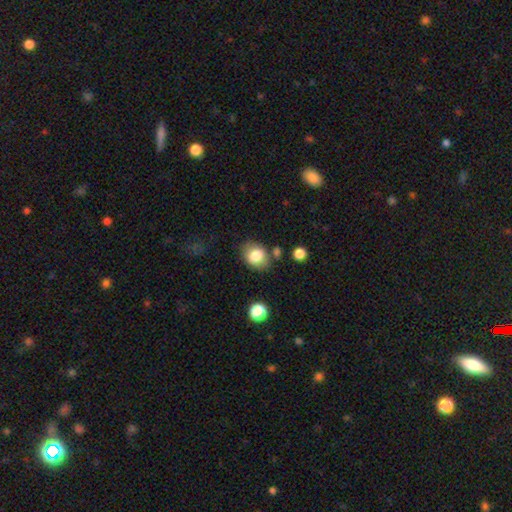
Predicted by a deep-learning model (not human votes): Overall: smooth (80%). How rounded: in between (57%; round 42%). Merging: none (75%).